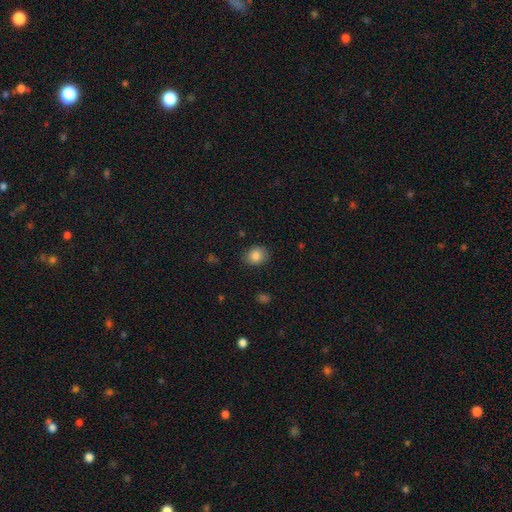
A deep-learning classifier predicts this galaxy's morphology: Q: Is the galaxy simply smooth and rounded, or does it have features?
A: smooth — 85%.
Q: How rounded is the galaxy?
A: round — 67%.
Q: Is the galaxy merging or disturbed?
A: none — 84%.